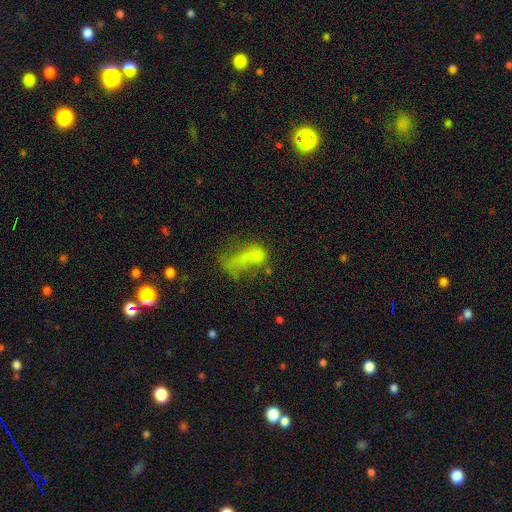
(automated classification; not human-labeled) A smooth galaxy with no disk features (53%) that is in between round and cigar-shaped (77%).

Vote fractions:
- Smooth or featured? smooth: 53% / featured or disk: 31% / star or artifact: 16%
- How rounded? in between: 77% / cigar-shaped: 14% / round: 9%
- Merging? major disturbance: 45% / none: 23% / minor disturbance: 17% / merger: 14%